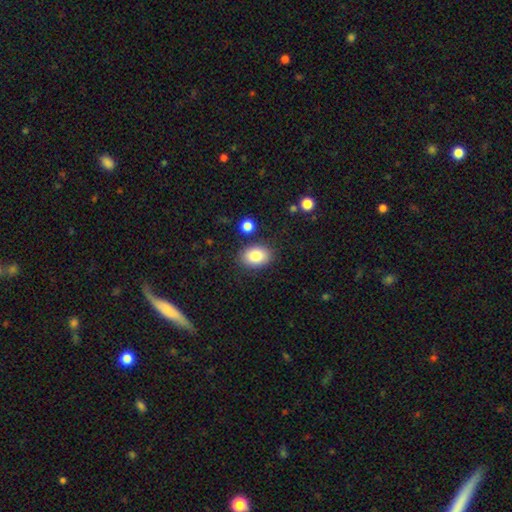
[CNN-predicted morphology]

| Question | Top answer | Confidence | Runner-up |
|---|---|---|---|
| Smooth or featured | smooth | 85% | star or artifact (8%) |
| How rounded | in between | 75% | round (24%) |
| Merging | none | 84% | minor disturbance (10%) |